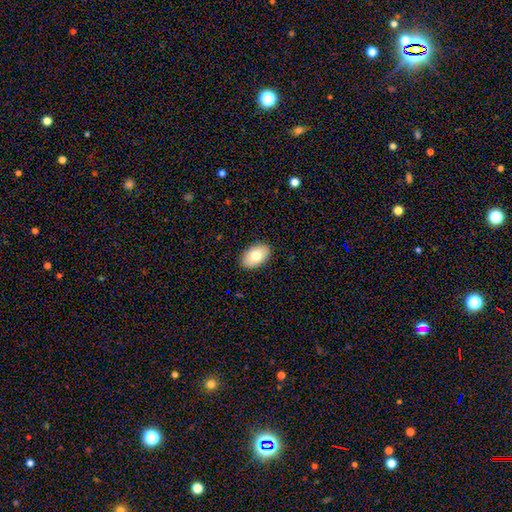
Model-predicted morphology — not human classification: Smooth or featured? Predicted: smooth (p=0.78). How rounded? Predicted: in between (p=0.92). Merging? Predicted: none (p=0.89).